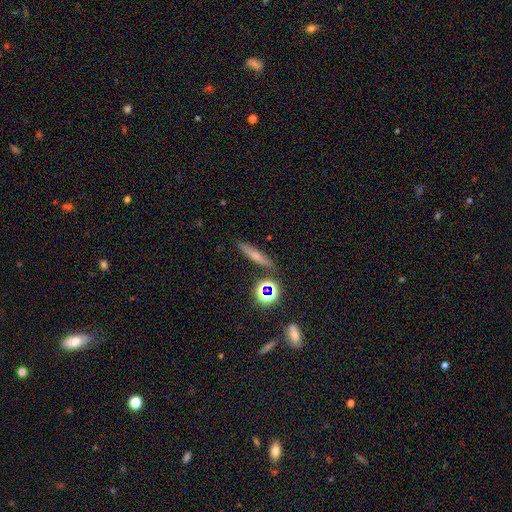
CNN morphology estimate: Smooth or featured? Predicted: smooth (p=0.60). How rounded? Predicted: cigar-shaped (p=0.81). Merging? Predicted: none (p=0.84).